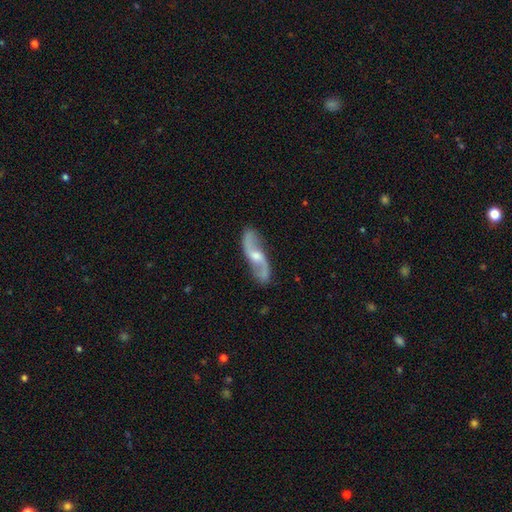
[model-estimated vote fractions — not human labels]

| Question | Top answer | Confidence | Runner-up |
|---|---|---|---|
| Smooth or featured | featured or disk | 85% | smooth (10%) |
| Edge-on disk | no | 91% | yes (9%) |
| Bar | no | 47% | weak (41%) |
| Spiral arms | yes | 96% | no (4%) |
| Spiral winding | loose | 67% | medium (27%) |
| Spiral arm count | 2 | 93% | can't tell (2%) |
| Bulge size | moderate | 58% | small (33%) |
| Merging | none | 84% | minor disturbance (11%) |